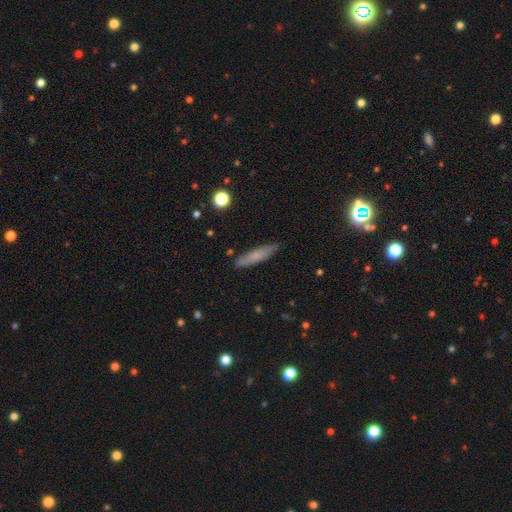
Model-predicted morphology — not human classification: Smooth or featured? Predicted: smooth (p=0.68). How rounded? Predicted: cigar-shaped (p=0.86). Merging? Predicted: none (p=0.85).